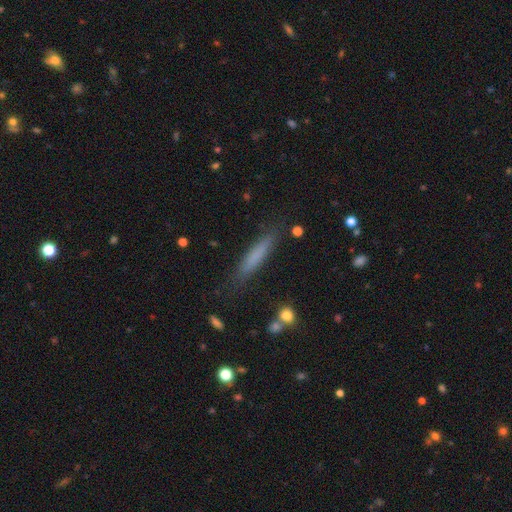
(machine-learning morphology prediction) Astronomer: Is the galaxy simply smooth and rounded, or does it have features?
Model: smooth — 71%.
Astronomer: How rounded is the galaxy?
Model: cigar-shaped — 89%.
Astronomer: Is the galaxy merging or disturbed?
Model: none — 83%.